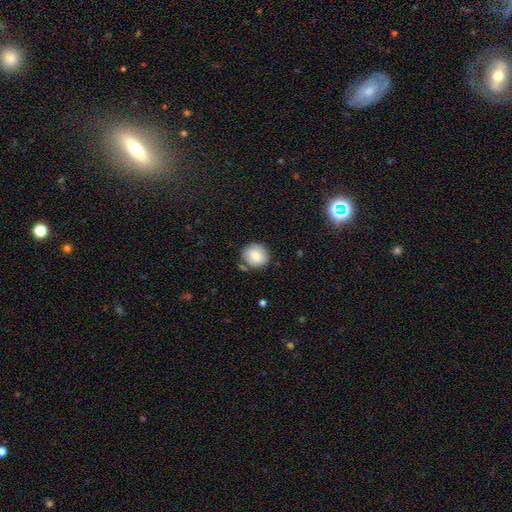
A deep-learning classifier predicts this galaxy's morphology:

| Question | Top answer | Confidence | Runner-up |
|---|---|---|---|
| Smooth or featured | smooth | 81% | featured or disk (11%) |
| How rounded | round | 83% | in between (16%) |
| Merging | none | 77% | minor disturbance (14%) |